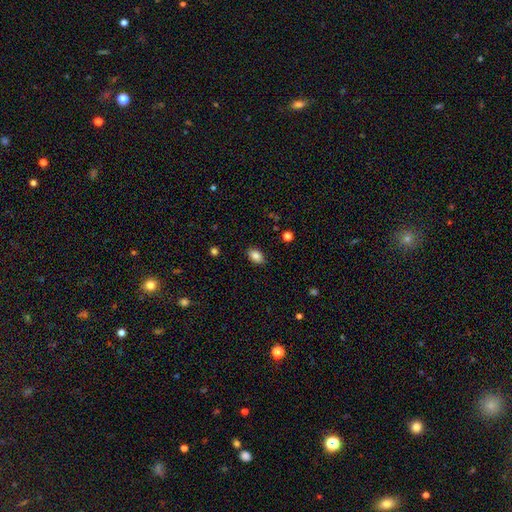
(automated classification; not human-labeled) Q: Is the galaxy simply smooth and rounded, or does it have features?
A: smooth — 86%.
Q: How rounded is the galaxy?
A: in between — 88%.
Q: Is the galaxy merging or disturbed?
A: none — 87%.